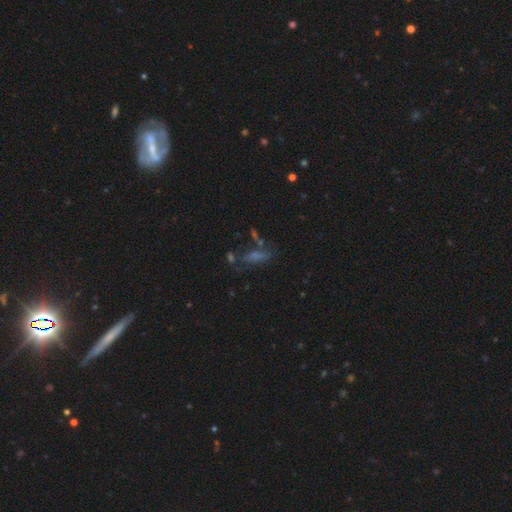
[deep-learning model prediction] smooth-or-featured: smooth: 41% | star or artifact: 31% | featured or disk: 28%
  merging: none: 54% | minor disturbance: 18% | merger: 15% | major disturbance: 13%